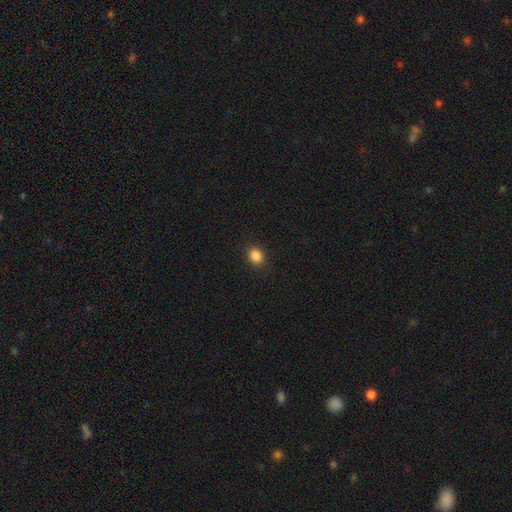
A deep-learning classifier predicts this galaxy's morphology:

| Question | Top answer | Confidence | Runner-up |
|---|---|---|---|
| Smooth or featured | smooth | 86% | star or artifact (11%) |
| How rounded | round | 62% | in between (37%) |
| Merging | none | 90% | minor disturbance (7%) |